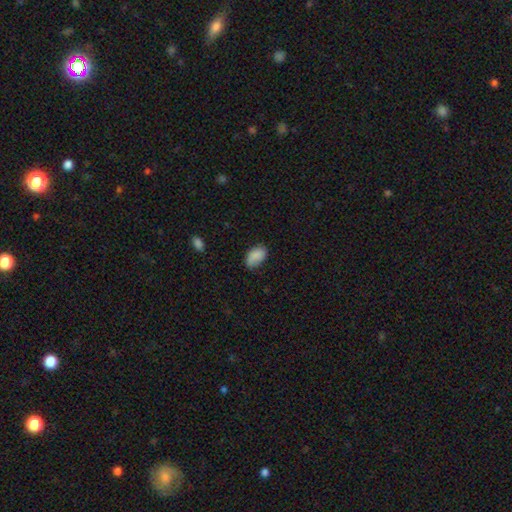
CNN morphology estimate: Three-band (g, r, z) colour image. It shows a smooth galaxy with no disk features (84%) that is in between round and cigar-shaped (91%). Merging: none (67%).